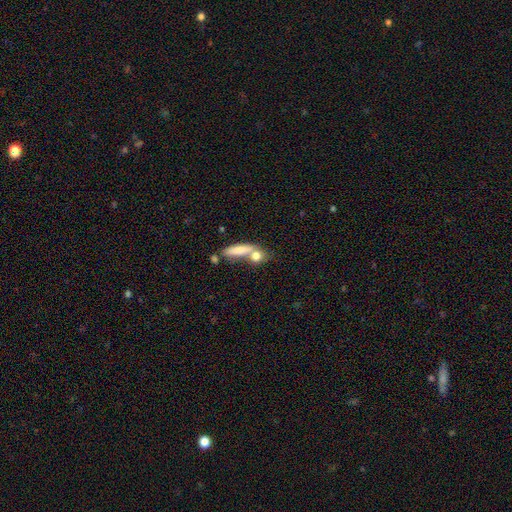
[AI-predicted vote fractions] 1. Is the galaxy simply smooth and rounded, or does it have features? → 77% smooth, 14% featured or disk, 9% star or artifact.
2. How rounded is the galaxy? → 41% round, 33% in between, 26% cigar-shaped.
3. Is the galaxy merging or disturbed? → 43% none, 40% merger, 11% minor disturbance, 6% major disturbance.